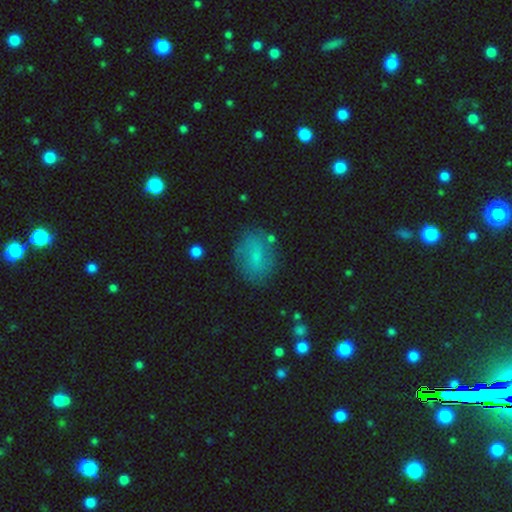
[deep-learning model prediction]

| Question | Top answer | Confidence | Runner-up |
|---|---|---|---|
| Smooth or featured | smooth | 64% | featured or disk (25%) |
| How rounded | in between | 60% | round (38%) |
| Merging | none | 75% | minor disturbance (17%) |